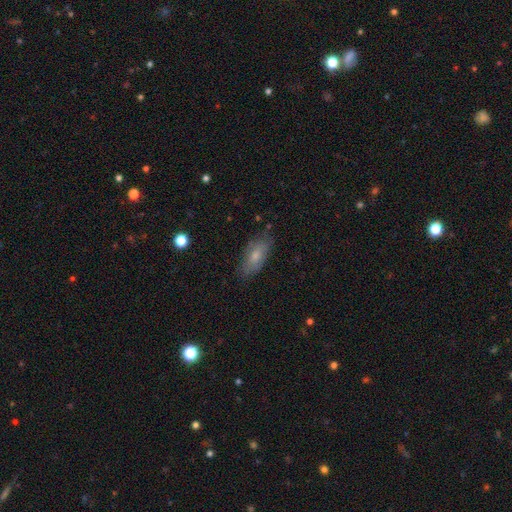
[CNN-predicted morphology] smooth 68%, featured or disk 25%, star or artifact 7%. Down the decision tree: how rounded — in between (82%); merging — none (76%).